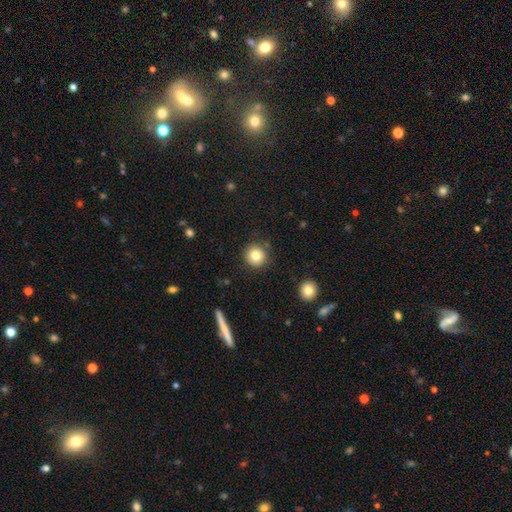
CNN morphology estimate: Smooth or featured? Predicted: smooth (p=0.81). How rounded? Predicted: round (p=0.93). Merging? Predicted: none (p=0.88).